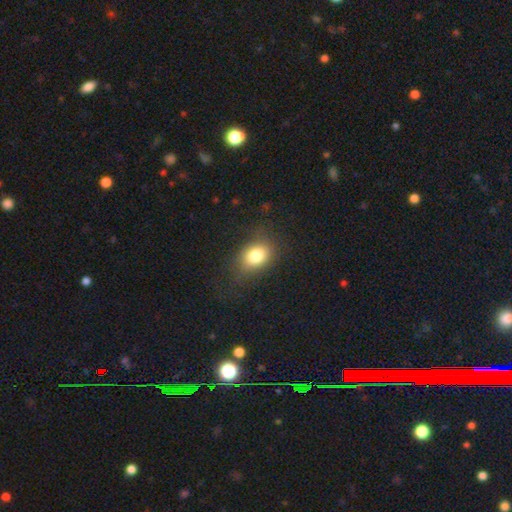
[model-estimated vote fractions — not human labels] This is likely a smooth galaxy (79%). How rounded: likely in between (67%). Merging: likely none (78%).